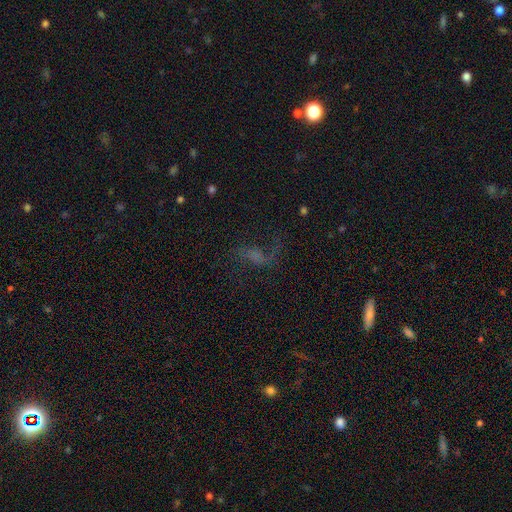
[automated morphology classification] smooth_or_featured: featured or disk (p=0.56) [alt: star or artifact p=0.23]
disk_edge_on: no (p=0.94) [alt: yes p=0.06]
bar: no (p=0.54) [alt: weak p=0.34]
has_spiral_arms: yes (p=0.80) [alt: no p=0.20]
bulge_size: none (p=0.53) [alt: small p=0.24]
merging: none (p=0.55) [alt: major disturbance p=0.26]